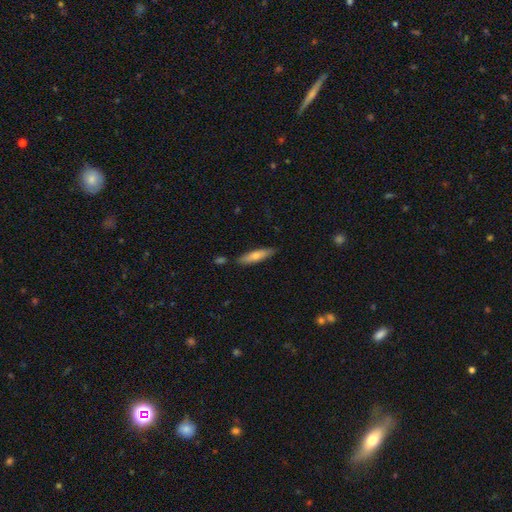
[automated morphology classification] Q: Smooth or featured?
A: smooth (68%); runner-up: featured or disk (26%)
Q: How rounded?
A: cigar-shaped (71%); runner-up: in between (27%)
Q: Merging?
A: none (82%); runner-up: minor disturbance (12%)